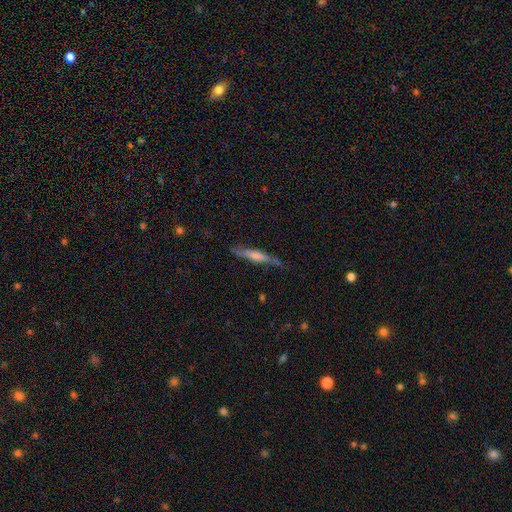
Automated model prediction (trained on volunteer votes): A smooth galaxy with no disk features (51%) that is cigar-shaped (89%). Merging: none (67%).